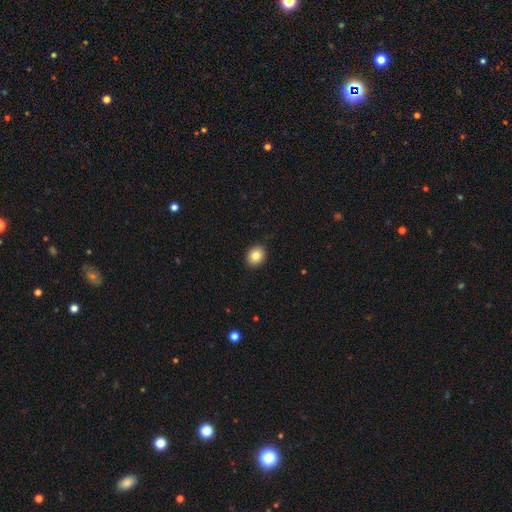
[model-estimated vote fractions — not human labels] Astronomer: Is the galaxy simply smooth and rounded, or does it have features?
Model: smooth — 83%.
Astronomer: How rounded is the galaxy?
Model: round — 56% (runner-up: in between, 43%).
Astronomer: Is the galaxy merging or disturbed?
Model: none — 90%.